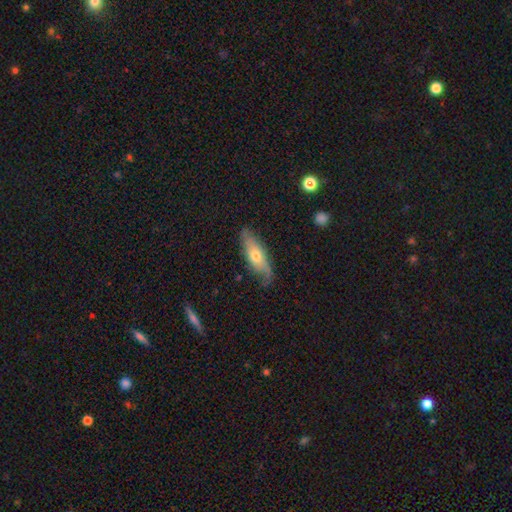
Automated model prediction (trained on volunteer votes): This appears to be a featured or disk galaxy (48%). Merging: none (70%).